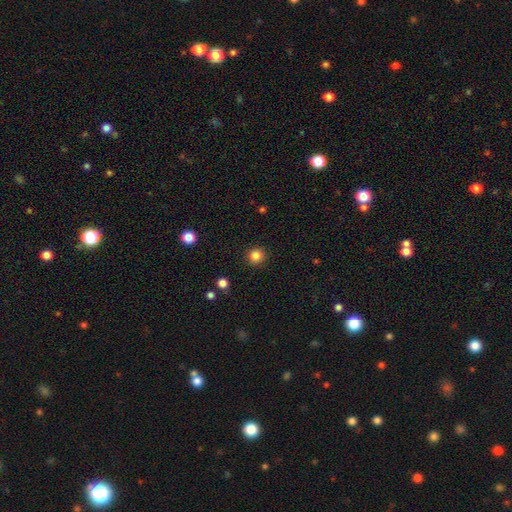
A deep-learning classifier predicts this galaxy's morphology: Smooth or featured?
  - smooth: 84% *
  - star or artifact: 12%
  - featured or disk: 4%
How rounded?
  - round: 93% *
  - in between: 6%
  - cigar-shaped: 1%
Merging?
  - none: 92% *
  - minor disturbance: 5%
  - major disturbance: 2%
  - merger: 1%